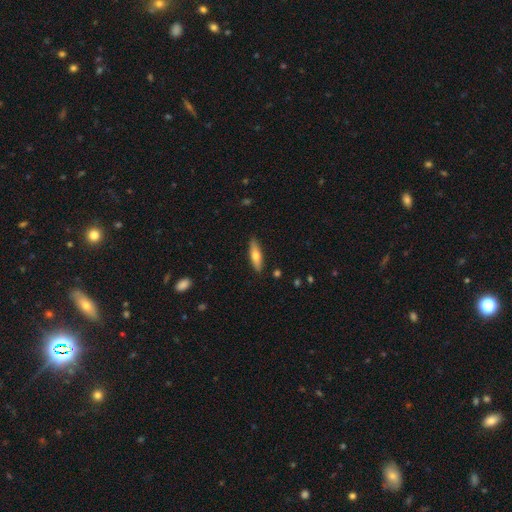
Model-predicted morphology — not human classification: Overall: smooth (62%; featured or disk 32%). How rounded: cigar-shaped (64%; in between 34%). Merging: none (88%).